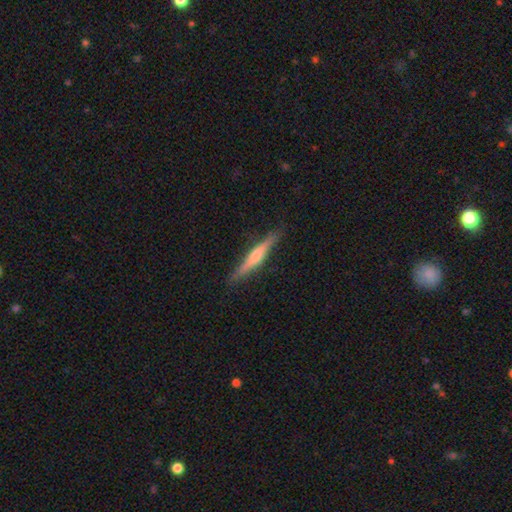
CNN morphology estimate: type=featured or disk (58%); edge-on=yes (97%); edge-on bulge=rounded (69%); merging=none (87%).